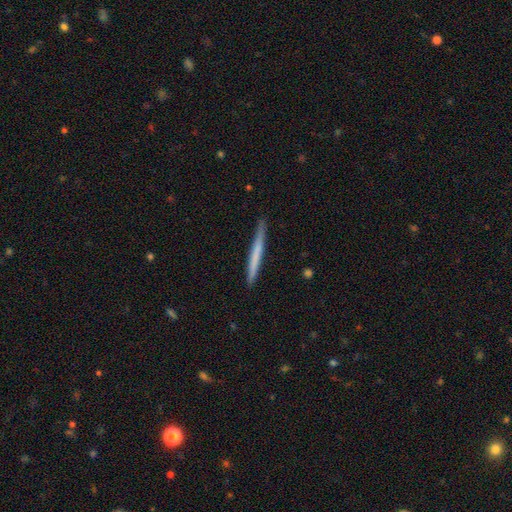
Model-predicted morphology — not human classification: A smooth galaxy with no disk features (59%) that is cigar-shaped (97%).

Vote fractions:
- Smooth or featured? smooth: 59% / featured or disk: 35% / star or artifact: 5%
- How rounded? cigar-shaped: 97% / in between: 2% / round: 1%
- Merging? none: 89% / minor disturbance: 8% / major disturbance: 1% / merger: 1%